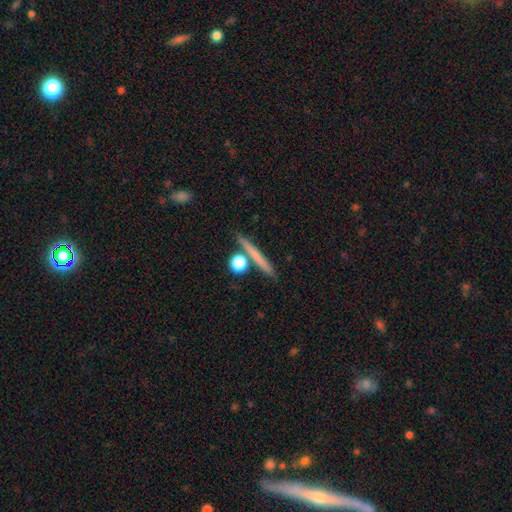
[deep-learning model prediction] Smooth or featured? Predicted: smooth (p=0.62). How rounded? Predicted: cigar-shaped (p=0.78). Merging? Predicted: none (p=0.79).